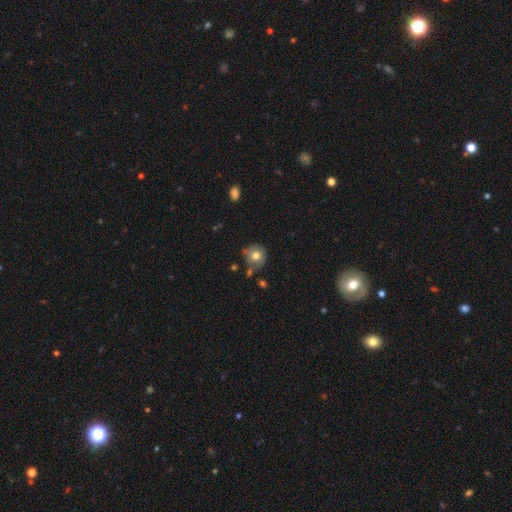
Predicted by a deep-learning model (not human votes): This appears to be a smooth galaxy with no disk features (72%) that is round (85%). Merging: none (60%).